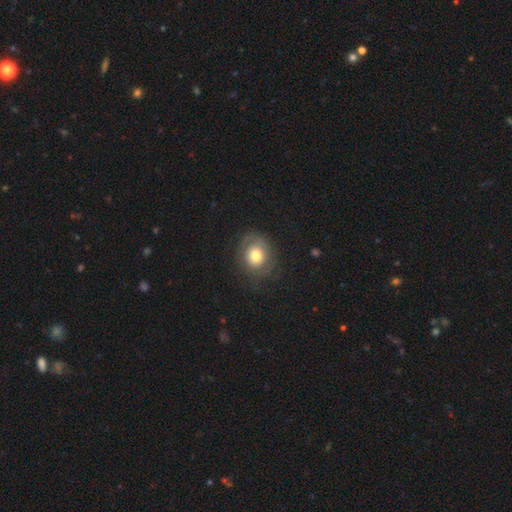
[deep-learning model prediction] smooth_or_featured: smooth (p=0.54) [alt: featured or disk p=0.37]
how_rounded: round (p=0.67) [alt: in between p=0.32]
merging: none (p=0.69) [alt: minor disturbance p=0.18]